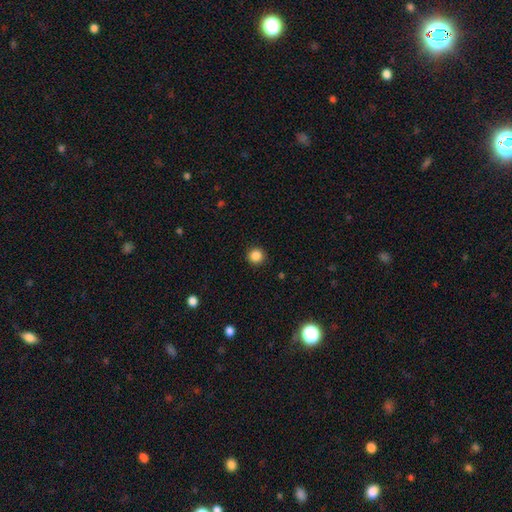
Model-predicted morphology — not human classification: smooth_or_featured: smooth (p=0.86) [alt: star or artifact p=0.11]
how_rounded: round (p=0.95) [alt: in between p=0.04]
merging: none (p=0.92) [alt: minor disturbance p=0.05]